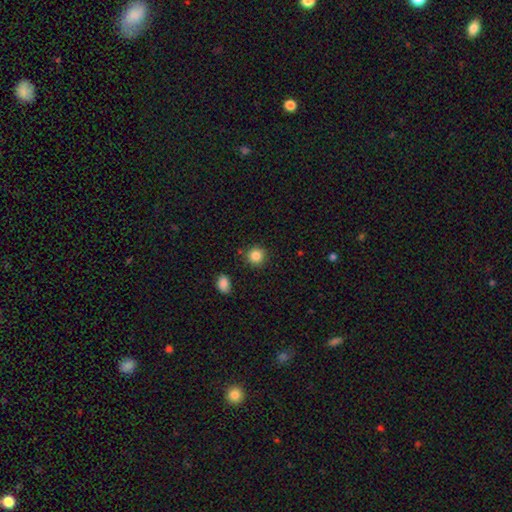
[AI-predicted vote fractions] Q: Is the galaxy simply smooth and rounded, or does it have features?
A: smooth — 86%.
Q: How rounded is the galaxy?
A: round — 91%.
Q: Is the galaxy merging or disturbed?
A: none — 87%.